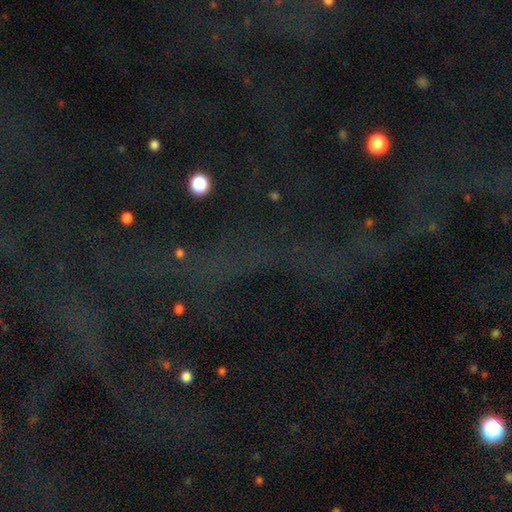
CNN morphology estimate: Smooth or featured?
  - star or artifact: 75% *
  - smooth: 13%
  - featured or disk: 12%